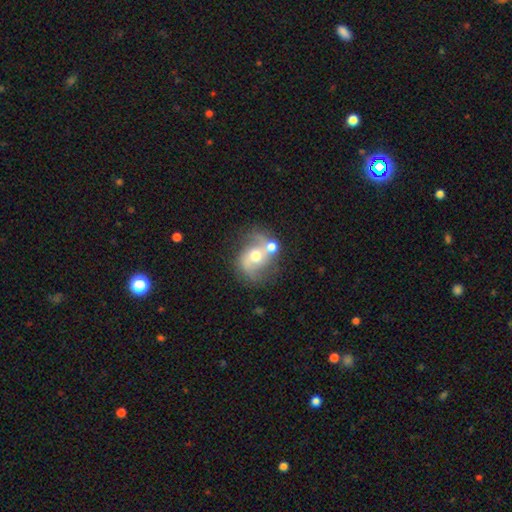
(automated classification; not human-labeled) This appears to be a featured or disk galaxy (72%) with no bar (50%), 2 (89%) loose (46%) spiral arms (86%) and a moderate central bulge (69%). Merging: none (52%).